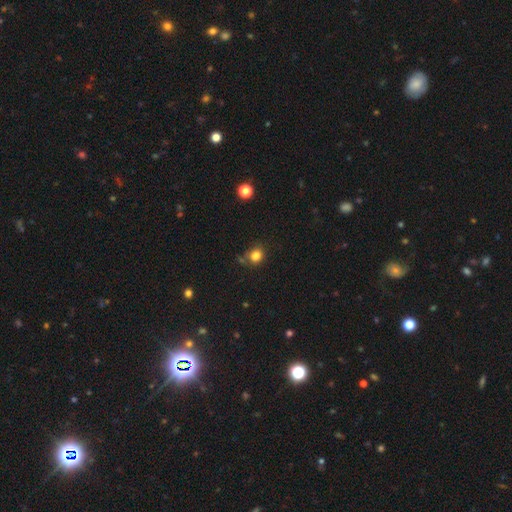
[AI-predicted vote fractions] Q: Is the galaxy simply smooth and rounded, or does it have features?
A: smooth — 82%.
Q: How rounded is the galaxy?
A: round — 74%.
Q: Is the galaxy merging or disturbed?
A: none — 68%.